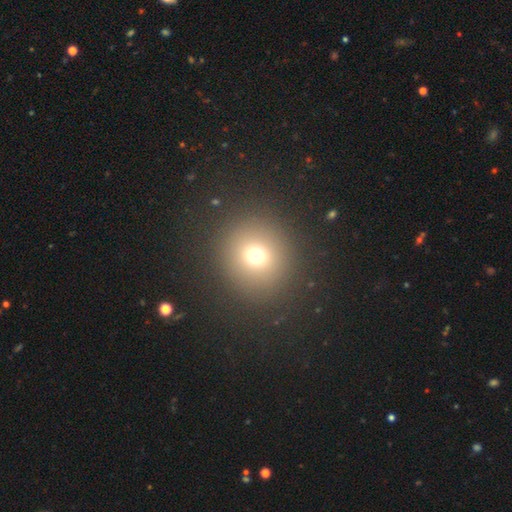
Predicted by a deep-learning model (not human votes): A smooth galaxy with no disk features (70%) that is round (90%). Merging: none (88%).